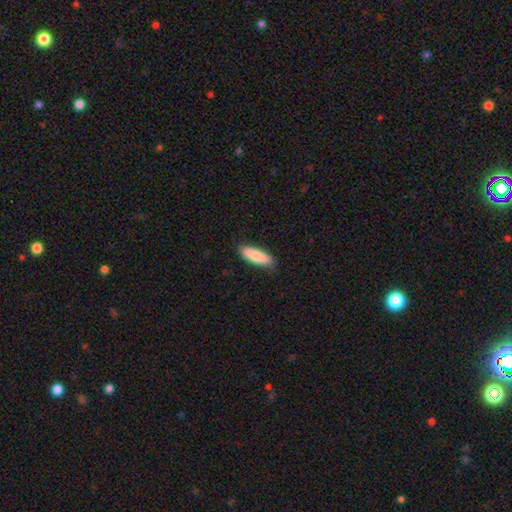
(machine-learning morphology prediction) This appears to be a smooth galaxy with no disk features (86%) that is in between round and cigar-shaped (52%). Merging: none (83%).